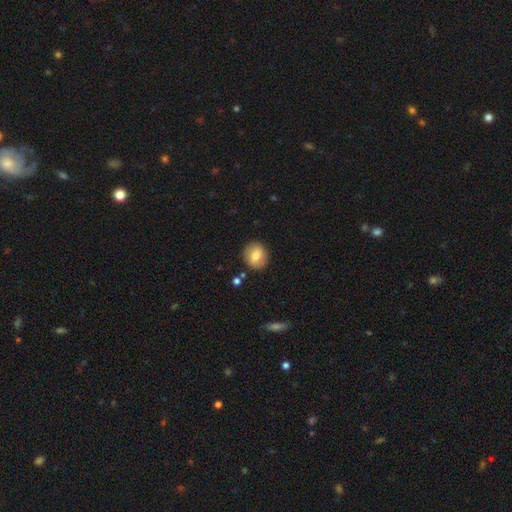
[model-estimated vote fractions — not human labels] smooth-or-featured: smooth: 73% | featured or disk: 18% | star or artifact: 8%
  how-rounded: round: 79% | in between: 20% | cigar-shaped: 1%
  merging: none: 87% | minor disturbance: 9% | major disturbance: 2% | merger: 2%